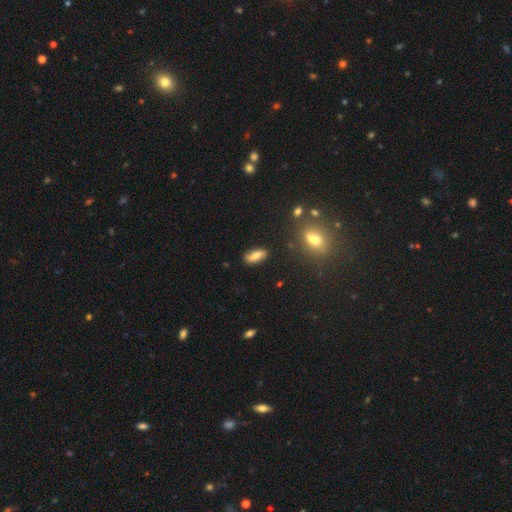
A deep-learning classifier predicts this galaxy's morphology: The model was most divided on "smooth or featured": smooth: 64%, featured or disk: 28%, star or artifact: 9%. More confident: merging — none (83%); how rounded — in between (70%).